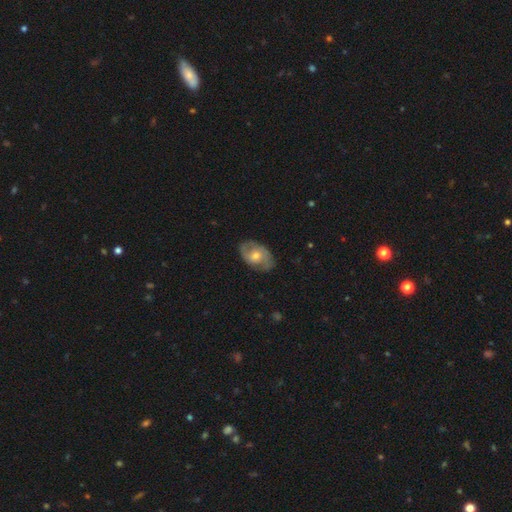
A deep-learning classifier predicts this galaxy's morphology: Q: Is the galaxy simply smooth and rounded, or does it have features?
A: featured or disk — 62%.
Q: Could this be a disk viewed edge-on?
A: no — 94%.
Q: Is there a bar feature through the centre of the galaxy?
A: no — 70%.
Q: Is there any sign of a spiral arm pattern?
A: yes — 76%.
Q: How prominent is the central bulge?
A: moderate — 62%.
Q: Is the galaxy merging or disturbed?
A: none — 75%.